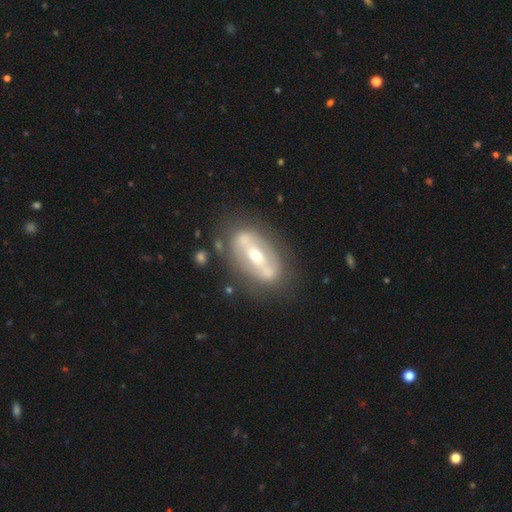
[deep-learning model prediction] Smooth or featured? featured or disk (76%)
Edge-on disk? no (84%)
Bar? strong (62%)
Spiral arms? no (64%)
Bulge size? moderate (63%)
Merging? none (77%)